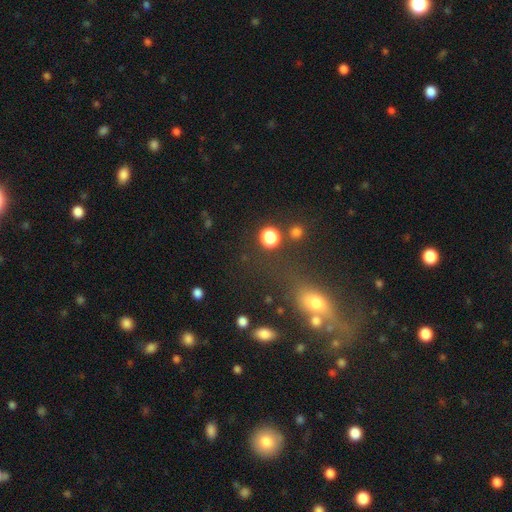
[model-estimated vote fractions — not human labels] Smooth or featured? Predicted: smooth (p=0.44). Merging? Predicted: none (p=0.55).